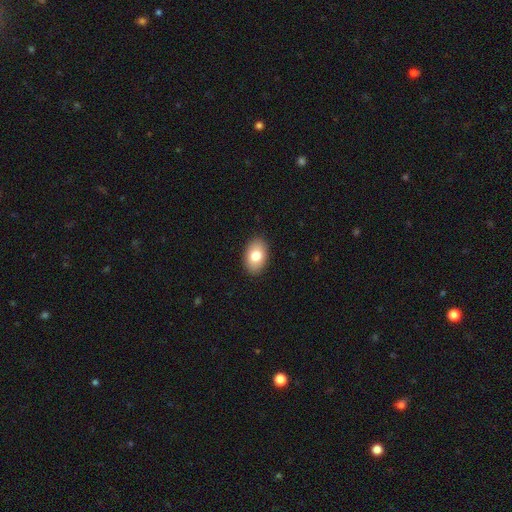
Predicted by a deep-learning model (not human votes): Q: Smooth or featured?
A: smooth (80%); runner-up: featured or disk (13%)
Q: How rounded?
A: in between (89%); runner-up: round (10%)
Q: Merging?
A: none (90%); runner-up: minor disturbance (7%)